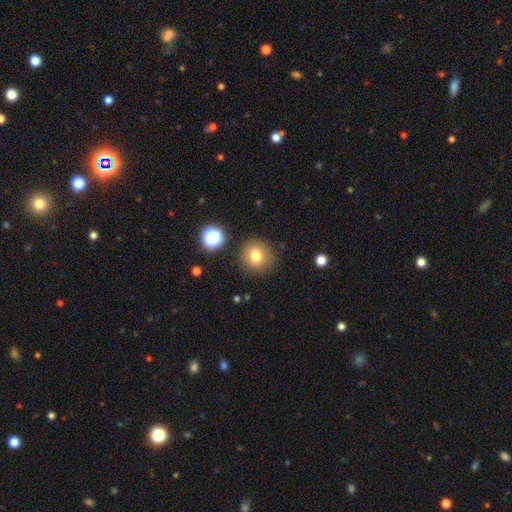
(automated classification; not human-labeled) A smooth galaxy with no disk features (78%) that is round (91%). Merging: none (86%).